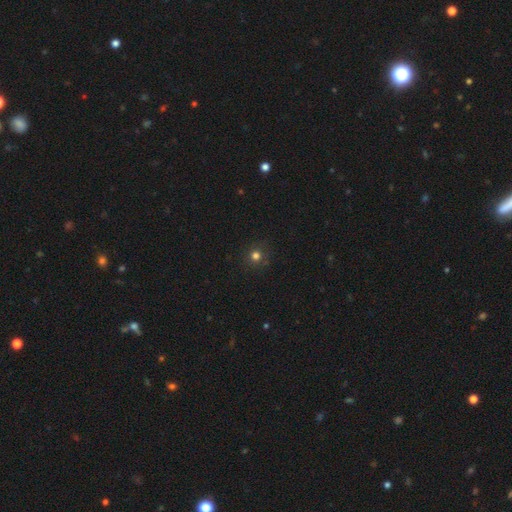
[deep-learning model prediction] smooth-or-featured: smooth: 74% | star or artifact: 20% | featured or disk: 6%
  how-rounded: round: 92% | in between: 7% | cigar-shaped: 1%
  merging: none: 88% | minor disturbance: 8% | major disturbance: 3% | merger: 1%